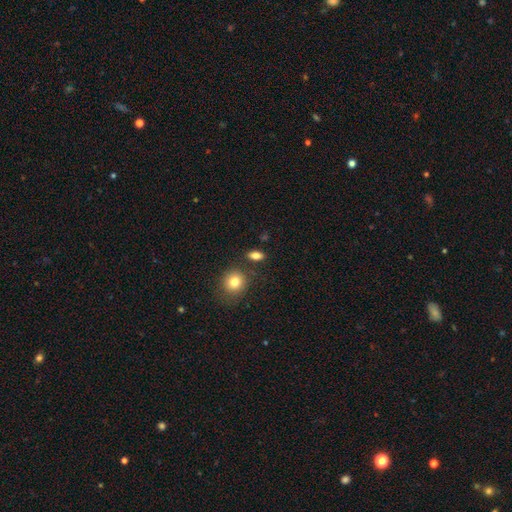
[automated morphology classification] type=smooth (84%); roundness=in between (80%); merging=none (81%).